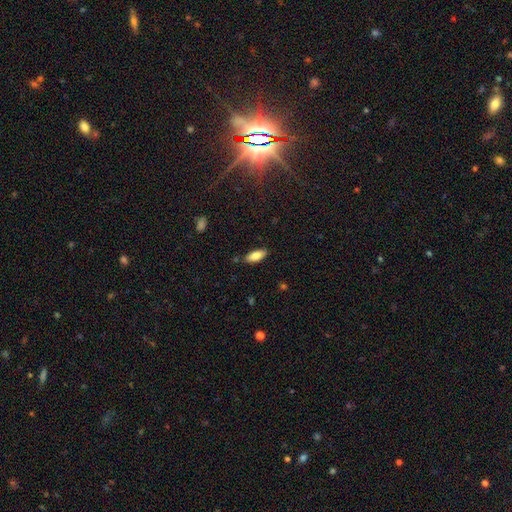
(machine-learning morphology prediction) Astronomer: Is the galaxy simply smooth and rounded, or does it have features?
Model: smooth — 84%.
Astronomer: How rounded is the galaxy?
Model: in between — 82%.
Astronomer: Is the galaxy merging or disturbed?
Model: none — 82%.